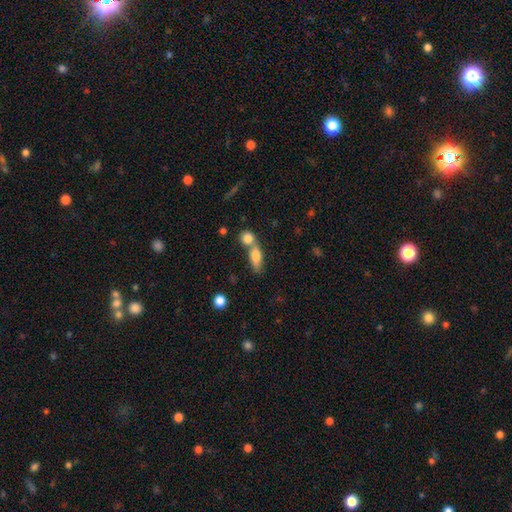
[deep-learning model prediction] A smooth galaxy with no disk features (75%) that is in between round and cigar-shaped (66%).

Vote fractions:
- Smooth or featured? smooth: 75% / featured or disk: 17% / star or artifact: 8%
- How rounded? in between: 66% / cigar-shaped: 26% / round: 8%
- Merging? merger: 51% / none: 36% / minor disturbance: 9% / major disturbance: 4%